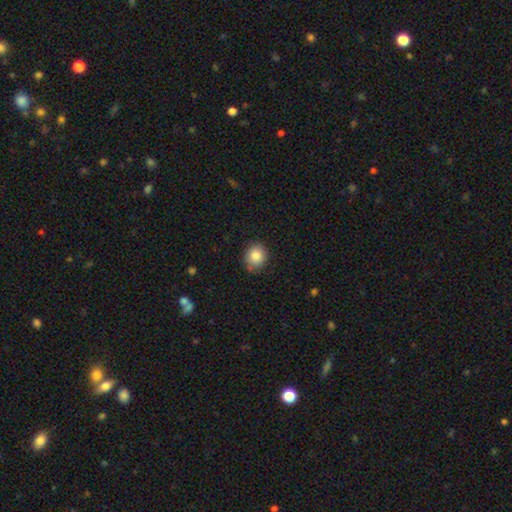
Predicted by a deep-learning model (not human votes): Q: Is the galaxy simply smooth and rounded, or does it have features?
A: smooth — 86%.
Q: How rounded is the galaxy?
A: round — 83%.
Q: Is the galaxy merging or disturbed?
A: none — 80%.